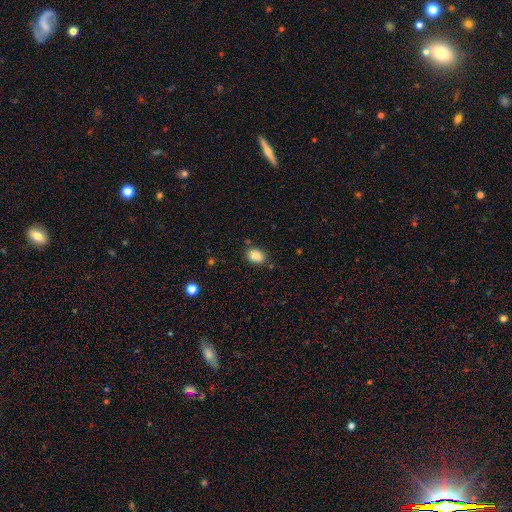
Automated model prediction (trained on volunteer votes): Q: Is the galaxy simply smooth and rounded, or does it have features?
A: smooth — 87%.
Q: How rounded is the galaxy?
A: in between — 79%.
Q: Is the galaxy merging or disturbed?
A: none — 81%.